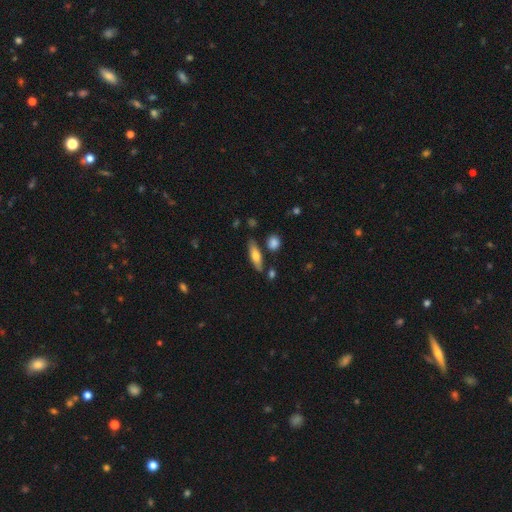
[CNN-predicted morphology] type=smooth (62%); roundness=cigar-shaped (53%); merging=none (79%).